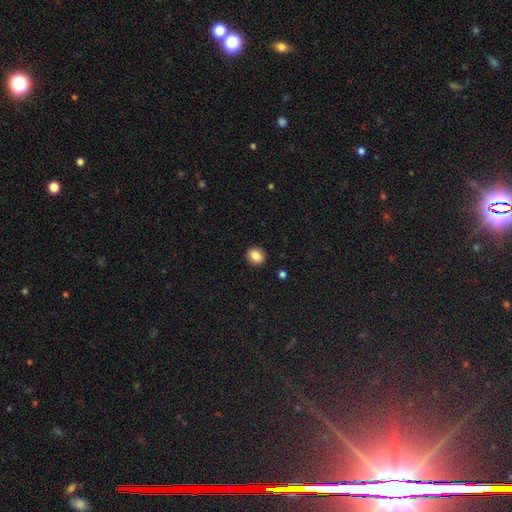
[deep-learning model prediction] A smooth galaxy with no disk features (85%) that is round (68%).

Vote fractions:
- Smooth or featured? smooth: 85% / star or artifact: 9% / featured or disk: 6%
- How rounded? round: 68% / in between: 31% / cigar-shaped: 1%
- Merging? none: 92% / minor disturbance: 6% / major disturbance: 2% / merger: 1%